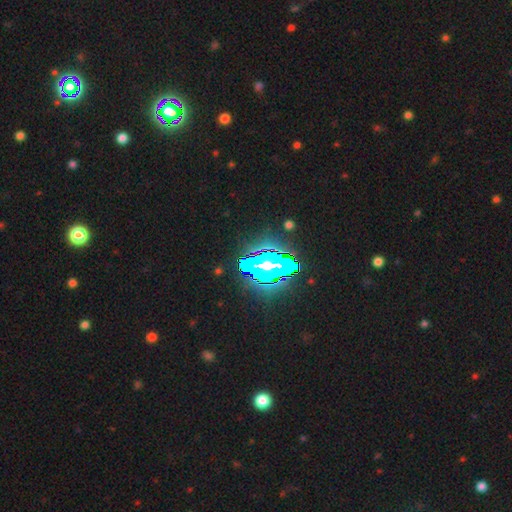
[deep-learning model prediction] Smooth or featured? Predicted: star or artifact (p=0.79).